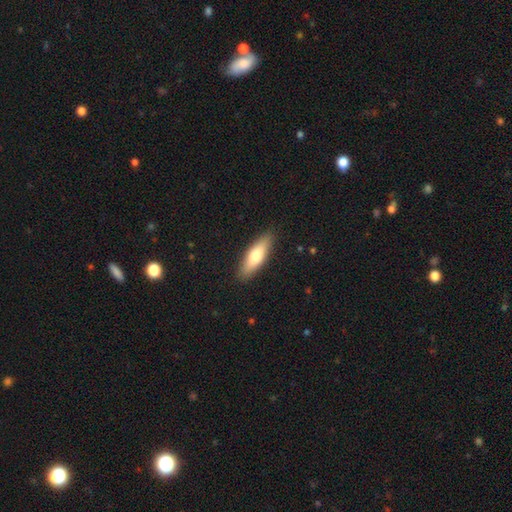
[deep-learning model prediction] Smooth or featured: smooth — 69% (featured or disk — 25%)
How rounded: cigar-shaped — 52% (in between — 46%)
Merging: none — 88% (minor disturbance — 9%)